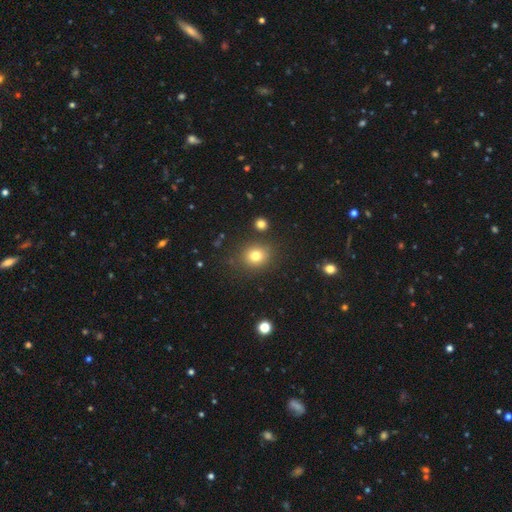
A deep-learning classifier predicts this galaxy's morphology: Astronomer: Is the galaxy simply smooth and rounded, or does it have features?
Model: smooth — 78%.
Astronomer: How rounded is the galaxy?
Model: round — 80%.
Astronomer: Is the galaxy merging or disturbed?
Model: none — 84%.